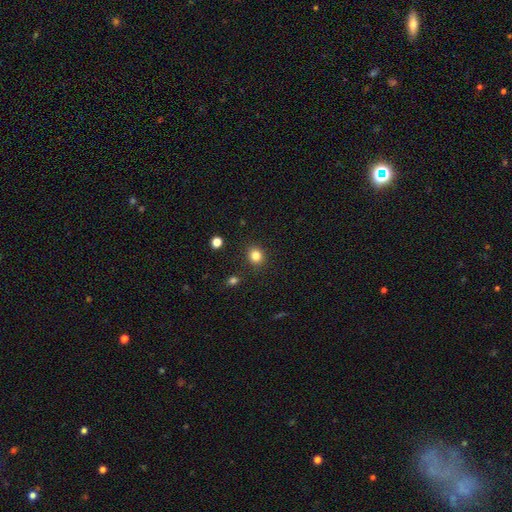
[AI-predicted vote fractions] Smooth or featured? smooth (83%)
How rounded? round (73%)
Merging? none (88%)